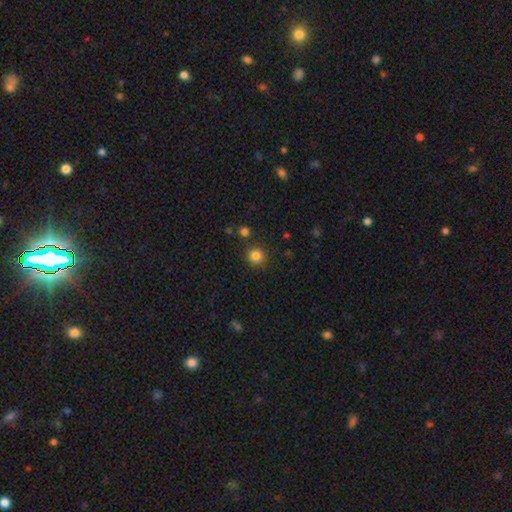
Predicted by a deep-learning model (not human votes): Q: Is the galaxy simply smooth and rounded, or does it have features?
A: smooth — 84%.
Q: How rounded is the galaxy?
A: round — 92%.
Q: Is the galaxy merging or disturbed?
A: none — 84%.